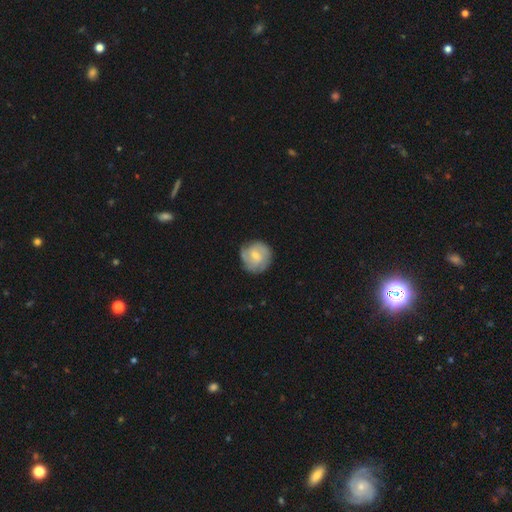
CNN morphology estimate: smooth_or_featured: featured or disk (p=0.51) [alt: smooth p=0.43]
disk_edge_on: no (p=0.98) [alt: yes p=0.02]
merging: none (p=0.75) [alt: minor disturbance p=0.18]